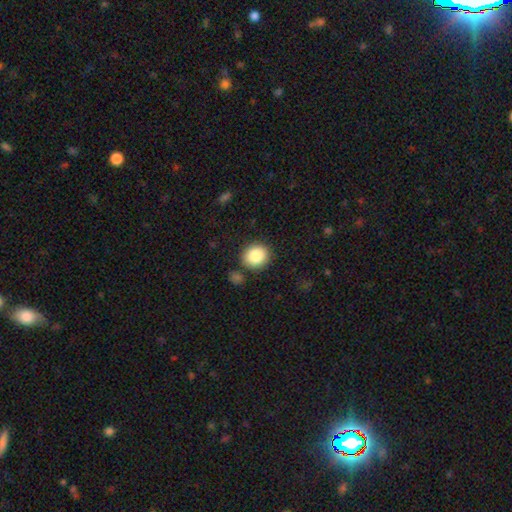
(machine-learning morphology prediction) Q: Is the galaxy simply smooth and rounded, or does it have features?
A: smooth — 86%.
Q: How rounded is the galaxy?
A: round — 85%.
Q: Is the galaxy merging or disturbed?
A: none — 85%.